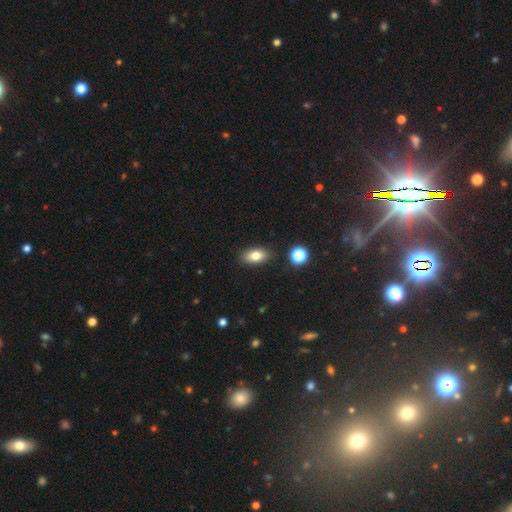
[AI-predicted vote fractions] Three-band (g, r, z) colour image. It shows a smooth galaxy with no disk features (80%) that is in between round and cigar-shaped (88%). Merging: none (86%).